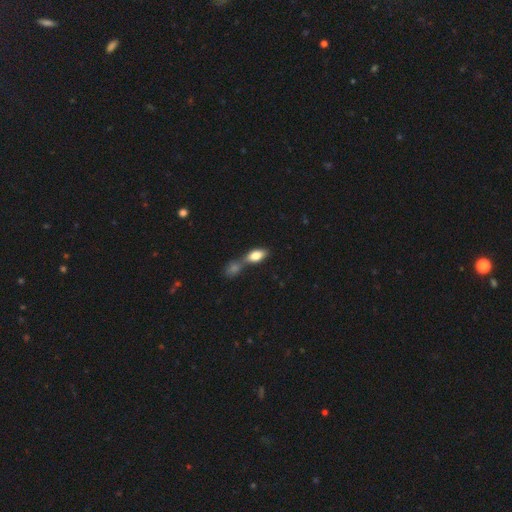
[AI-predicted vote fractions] Smooth or featured: smooth — 79% (featured or disk — 14%)
How rounded: in between — 86% (cigar-shaped — 9%)
Merging: merger — 54% (none — 31%)